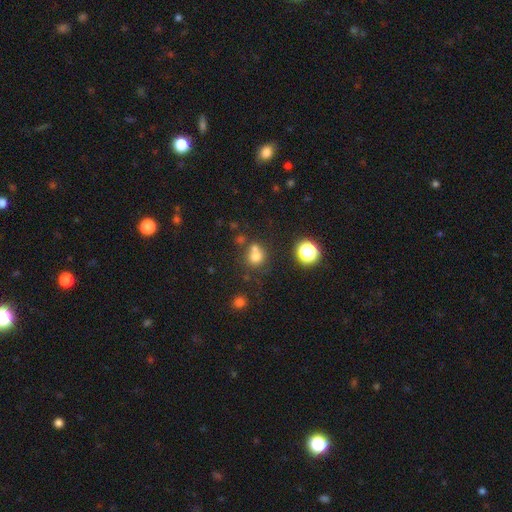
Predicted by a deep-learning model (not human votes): Overall: smooth (70%). How rounded: round (81%). Merging: none (46%; merger 40%).